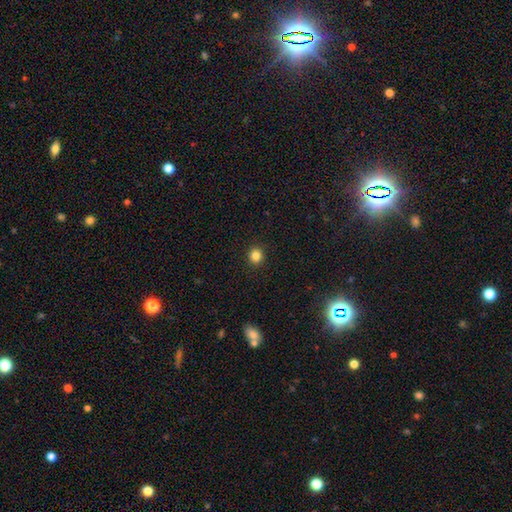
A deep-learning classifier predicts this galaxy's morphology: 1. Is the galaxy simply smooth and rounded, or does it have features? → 84% smooth, 12% star or artifact, 4% featured or disk.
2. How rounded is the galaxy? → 87% round, 12% in between, 1% cigar-shaped.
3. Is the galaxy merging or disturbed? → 92% none, 5% minor disturbance, 2% major disturbance, 1% merger.